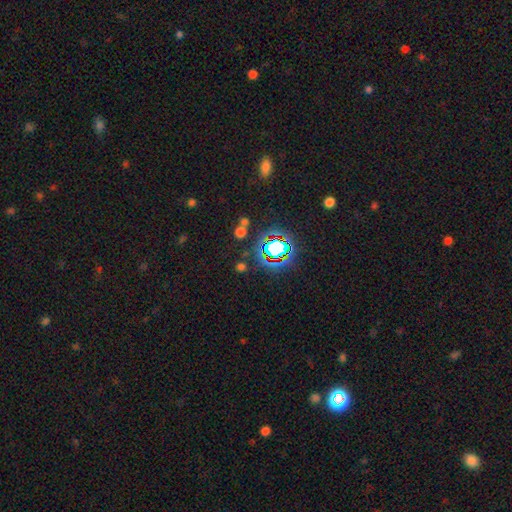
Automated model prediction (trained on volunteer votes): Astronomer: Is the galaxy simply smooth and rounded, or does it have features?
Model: star or artifact — 73%.